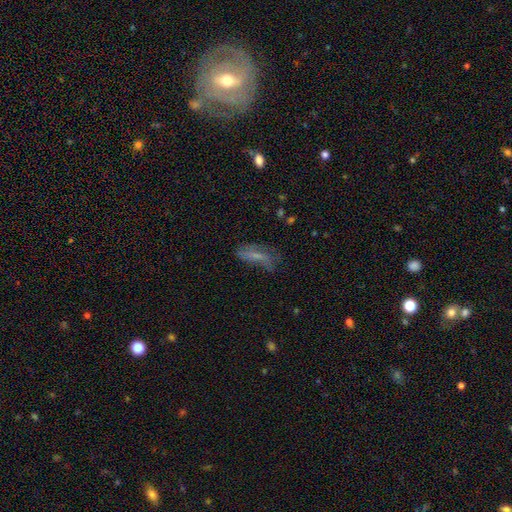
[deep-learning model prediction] This appears to be a smooth galaxy with no disk features (47%). Merging: none (41%).